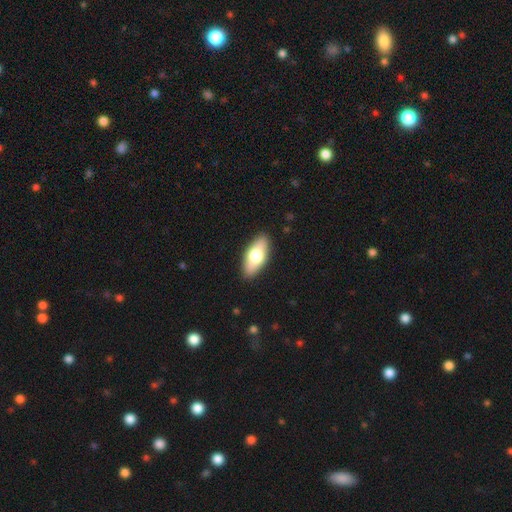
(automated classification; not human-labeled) smooth 67%, featured or disk 27%, star or artifact 6%. Down the decision tree: how rounded — in between (81%); merging — none (88%).